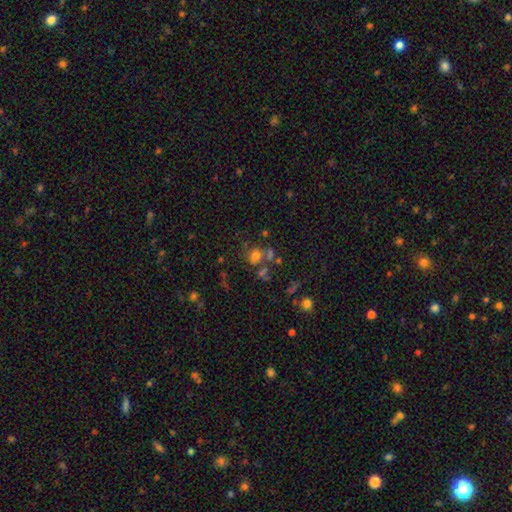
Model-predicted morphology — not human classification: A smooth galaxy with no disk features (63%) that is round (70%). Merging: none (50%).